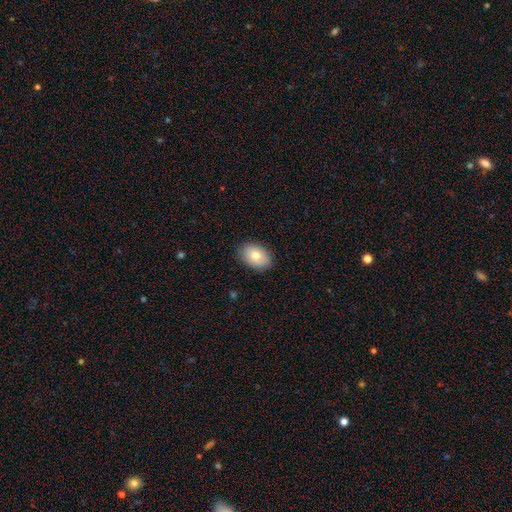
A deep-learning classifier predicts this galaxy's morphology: type=smooth (77%); roundness=in between (82%); merging=none (87%).